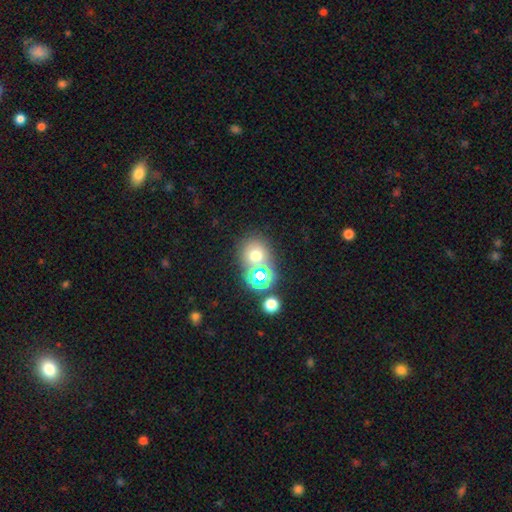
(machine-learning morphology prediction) Smooth or featured? smooth (60%)
How rounded? round (79%)
Merging? none (58%)